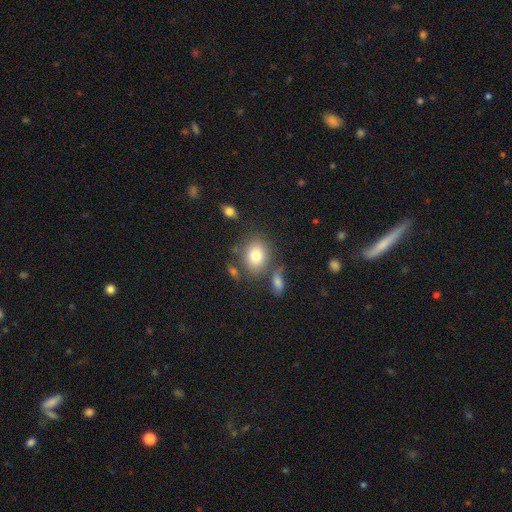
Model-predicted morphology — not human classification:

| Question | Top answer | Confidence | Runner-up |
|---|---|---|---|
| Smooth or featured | smooth | 79% | featured or disk (11%) |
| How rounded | in between | 51% | round (48%) |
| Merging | none | 71% | minor disturbance (13%) |